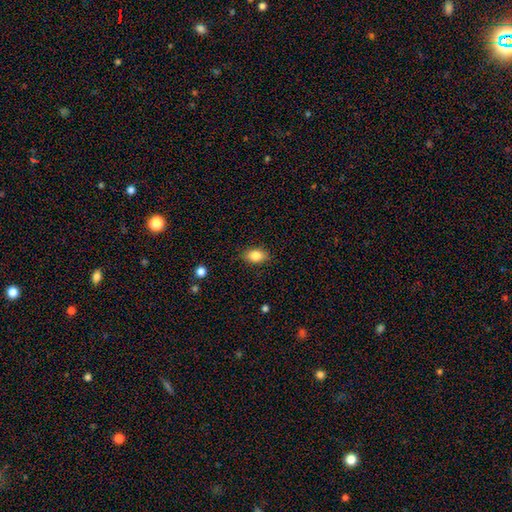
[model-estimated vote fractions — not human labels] A smooth galaxy with no disk features (84%) that is in between round and cigar-shaped (84%). Merging: none (85%).